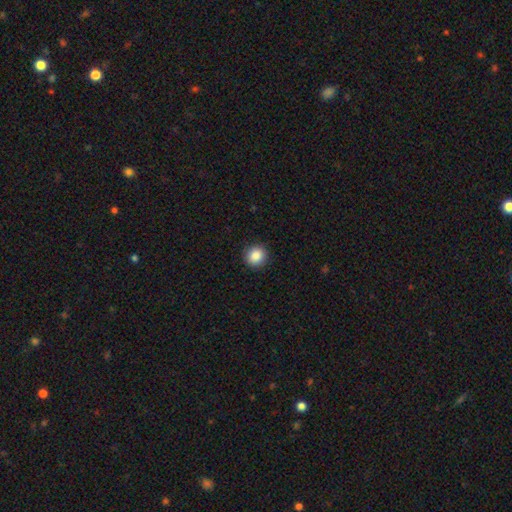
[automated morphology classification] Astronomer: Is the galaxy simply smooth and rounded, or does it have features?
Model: smooth — 87%.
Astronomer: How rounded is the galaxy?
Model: round — 92%.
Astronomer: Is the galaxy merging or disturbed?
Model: none — 91%.